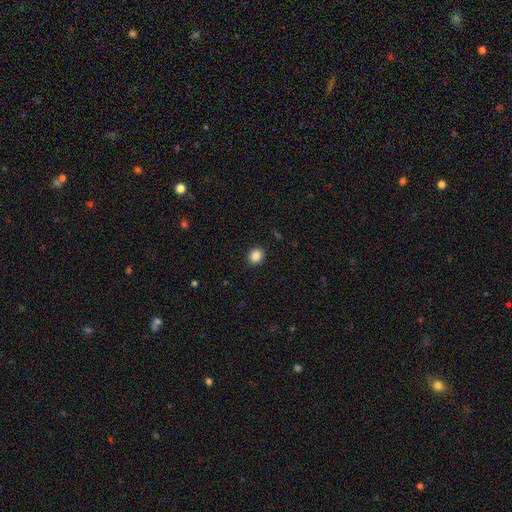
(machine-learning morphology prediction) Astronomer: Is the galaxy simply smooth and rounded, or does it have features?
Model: smooth — 87%.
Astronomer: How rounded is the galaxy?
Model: round — 67%.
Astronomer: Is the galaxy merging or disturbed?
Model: none — 91%.